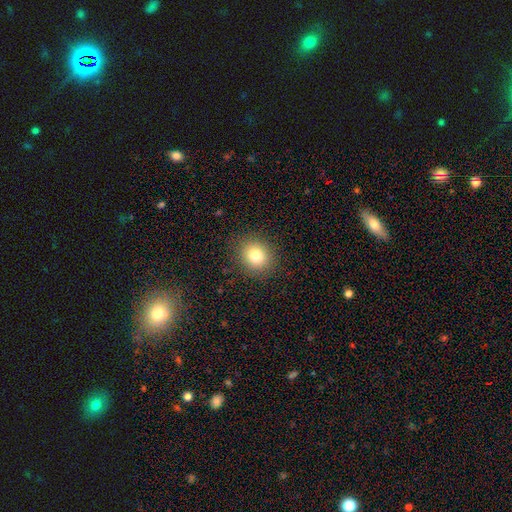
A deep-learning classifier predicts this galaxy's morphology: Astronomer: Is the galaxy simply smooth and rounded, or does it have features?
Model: smooth — 79%.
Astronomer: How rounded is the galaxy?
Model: round — 79%.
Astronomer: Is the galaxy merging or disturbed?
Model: none — 89%.